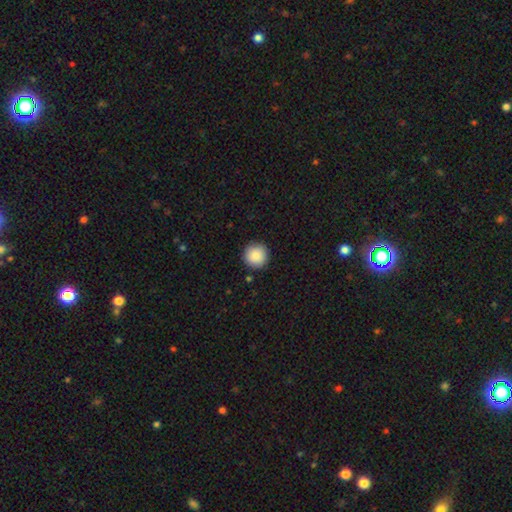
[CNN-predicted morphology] Smooth or featured? Predicted: smooth (p=0.88). How rounded? Predicted: round (p=0.96). Merging? Predicted: none (p=0.91).